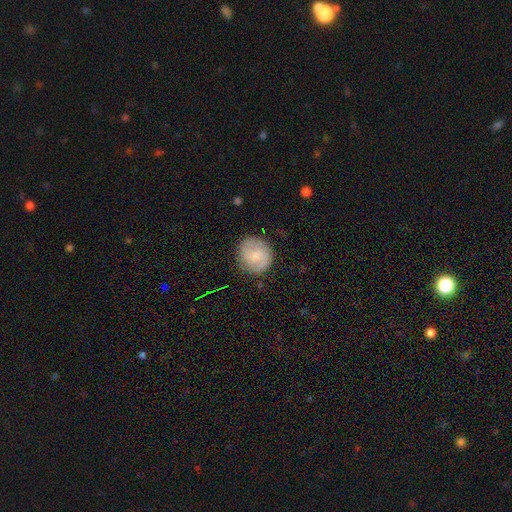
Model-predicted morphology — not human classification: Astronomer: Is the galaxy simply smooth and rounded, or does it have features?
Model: smooth — 46%, tied with featured or disk at 46%.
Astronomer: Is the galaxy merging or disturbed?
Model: none — 85%.